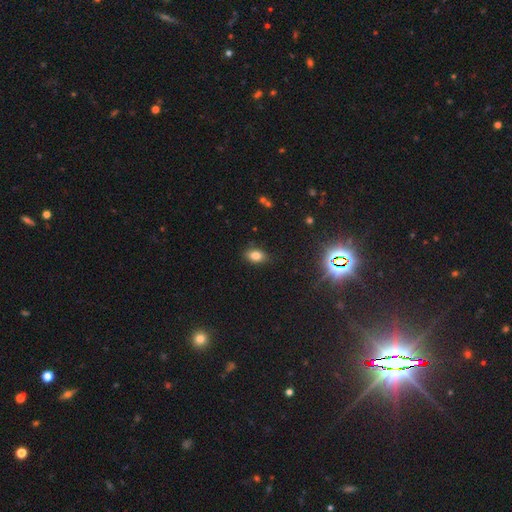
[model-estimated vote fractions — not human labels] Morphology: type=smooth (80%); roundness=in between (85%); merging=none (84%).